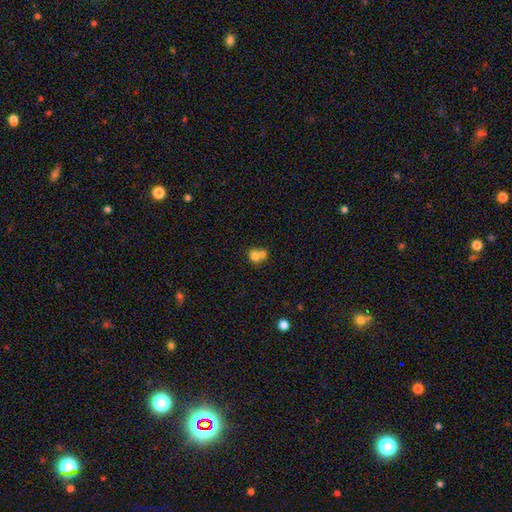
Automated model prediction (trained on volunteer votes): This appears to be a smooth galaxy with no disk features (72%) that is round (71%). Merging: merger (61%).